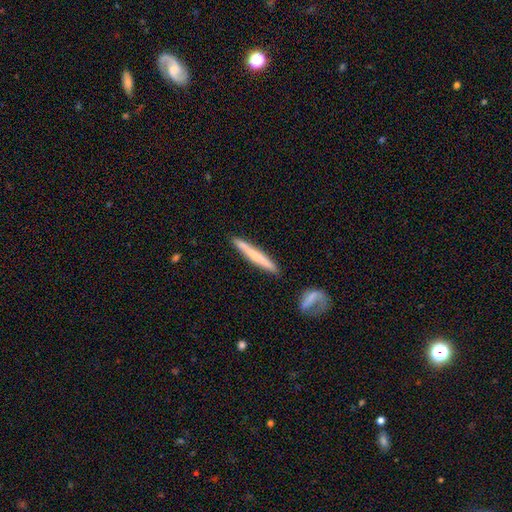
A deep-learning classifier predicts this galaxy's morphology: smooth 57%, featured or disk 38%, star or artifact 6%. Down the decision tree: how rounded — cigar-shaped (96%); merging — none (86%).